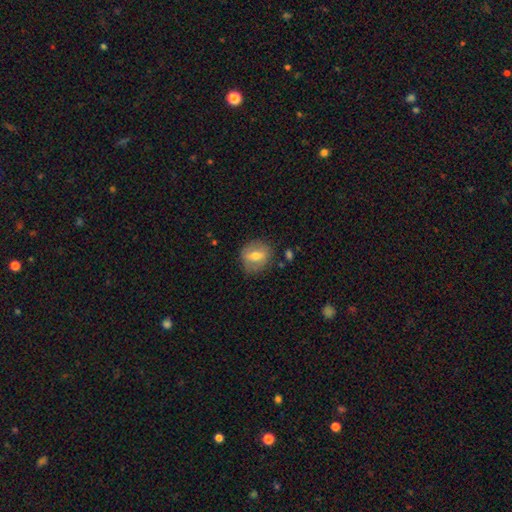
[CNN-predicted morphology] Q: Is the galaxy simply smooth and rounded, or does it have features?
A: smooth — 55%.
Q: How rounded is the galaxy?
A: round — 65%.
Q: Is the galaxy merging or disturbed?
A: none — 78%.